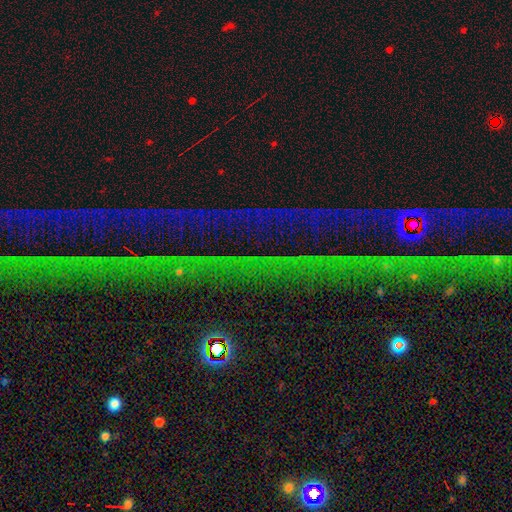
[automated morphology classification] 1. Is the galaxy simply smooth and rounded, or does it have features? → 86% star or artifact, 8% featured or disk, 6% smooth.